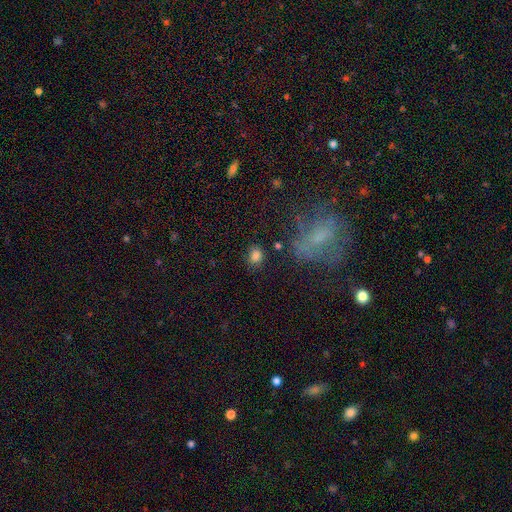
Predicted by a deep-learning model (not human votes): A smooth galaxy with no disk features (80%) that is round (58%). Merging: none (78%).